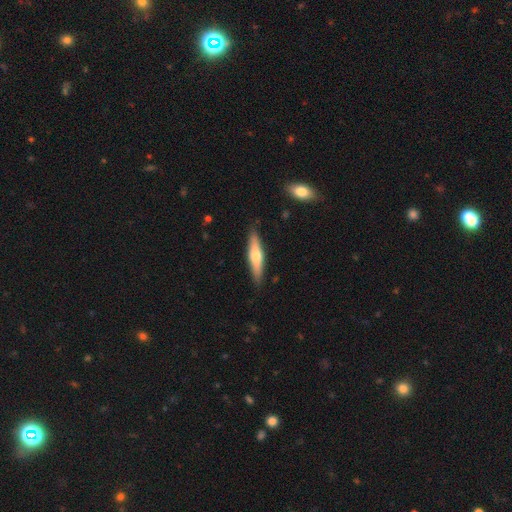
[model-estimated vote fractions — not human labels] Smooth or featured: smooth — 51% (featured or disk — 44%)
How rounded: cigar-shaped — 79% (in between — 19%)
Merging: none — 87% (minor disturbance — 10%)